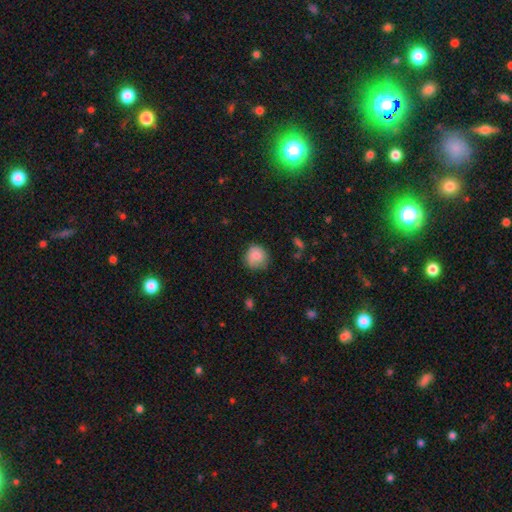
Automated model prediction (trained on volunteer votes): Q: Smooth or featured?
A: smooth (84%); runner-up: featured or disk (8%)
Q: How rounded?
A: round (89%); runner-up: in between (10%)
Q: Merging?
A: none (74%); runner-up: minor disturbance (21%)